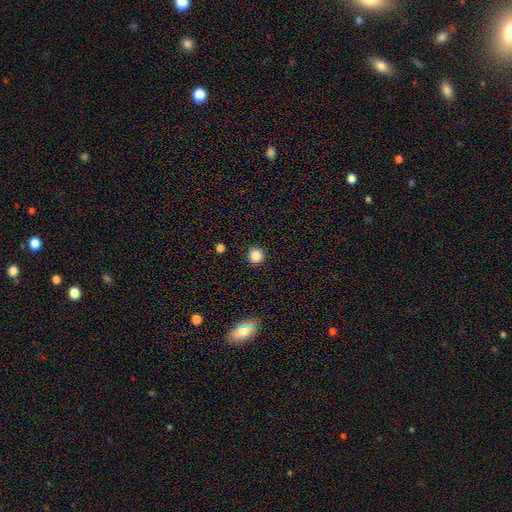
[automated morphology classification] A smooth galaxy with no disk features (86%) that is round (90%).

Vote fractions:
- Smooth or featured? smooth: 86% / star or artifact: 11% / featured or disk: 3%
- How rounded? round: 90% / in between: 9% / cigar-shaped: 1%
- Merging? none: 91% / minor disturbance: 5% / major disturbance: 2% / merger: 1%